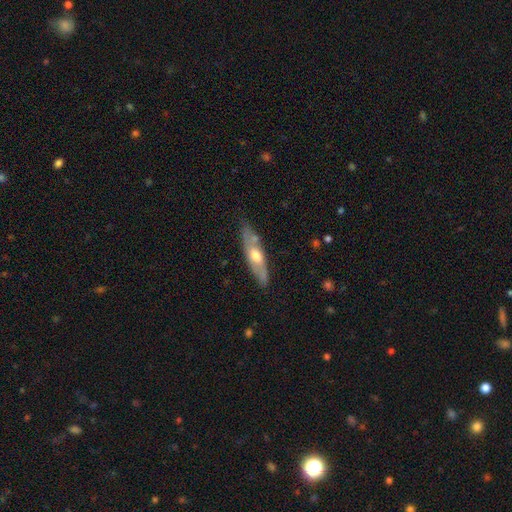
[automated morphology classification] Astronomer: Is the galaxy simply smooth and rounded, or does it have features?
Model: featured or disk — 52% (runner-up: smooth, 42%).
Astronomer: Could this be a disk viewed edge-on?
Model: yes — 63%.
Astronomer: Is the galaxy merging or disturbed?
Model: none — 75%.